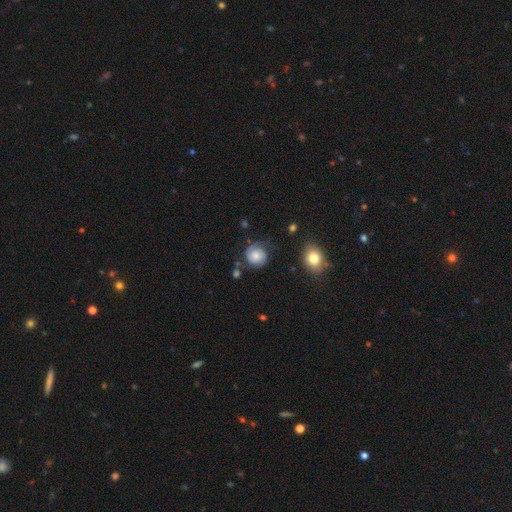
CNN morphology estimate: Q: Smooth or featured?
A: featured or disk (50%); runner-up: smooth (41%)
Q: Merging?
A: none (66%); runner-up: minor disturbance (21%)